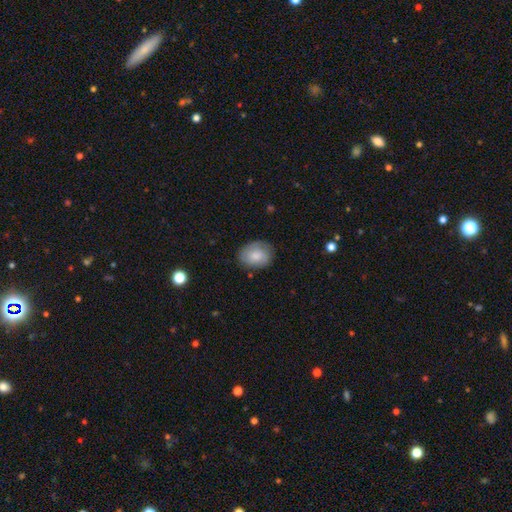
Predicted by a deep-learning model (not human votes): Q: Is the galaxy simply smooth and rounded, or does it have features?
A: smooth — 72%.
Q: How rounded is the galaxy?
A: in between — 61%.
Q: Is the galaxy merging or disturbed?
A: none — 75%.